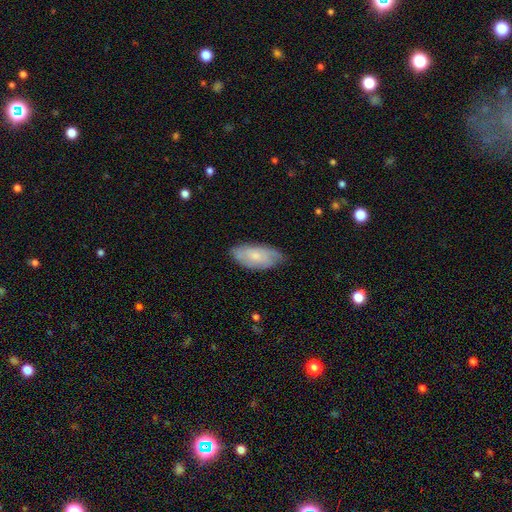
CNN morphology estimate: Overall: smooth (60%; featured or disk 34%). How rounded: in between (90%). Merging: none (69%).